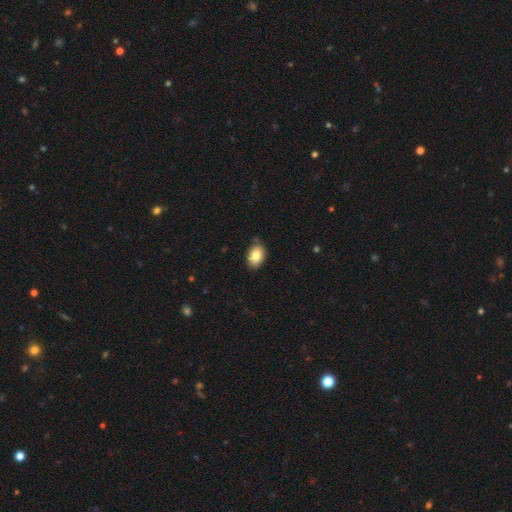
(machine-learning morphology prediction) This appears to be a smooth galaxy with no disk features (84%) that is in between round and cigar-shaped (83%). Merging: none (82%).